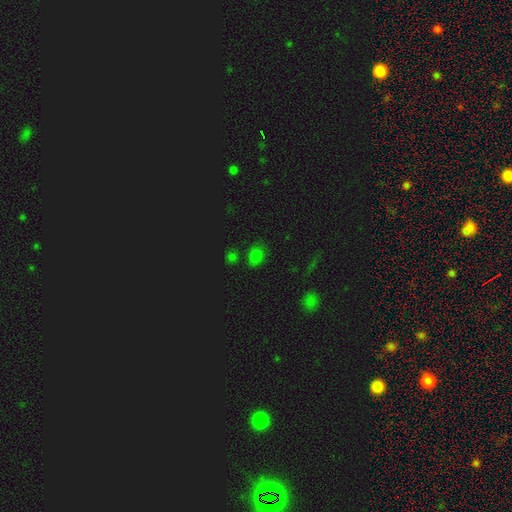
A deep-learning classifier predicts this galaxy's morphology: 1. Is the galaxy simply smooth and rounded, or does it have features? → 68% smooth, 27% star or artifact, 5% featured or disk.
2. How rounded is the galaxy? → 59% in between, 39% round, 2% cigar-shaped.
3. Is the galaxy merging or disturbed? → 73% none, 15% minor disturbance, 8% merger, 5% major disturbance.